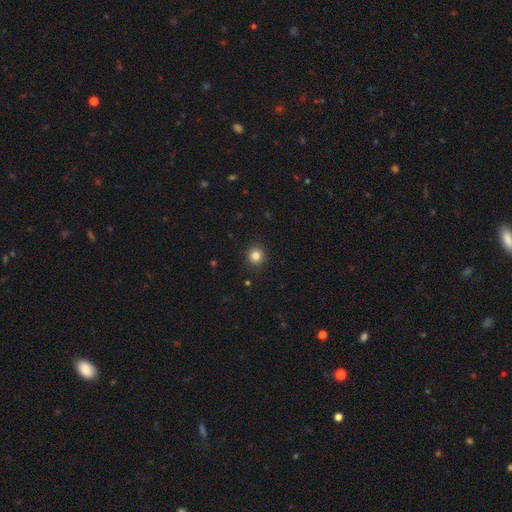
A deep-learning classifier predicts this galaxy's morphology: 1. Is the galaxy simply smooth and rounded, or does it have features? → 83% smooth, 12% star or artifact, 5% featured or disk.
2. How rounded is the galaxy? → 92% round, 7% in between, 1% cigar-shaped.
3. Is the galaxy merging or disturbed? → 91% none, 6% minor disturbance, 2% major disturbance, 1% merger.